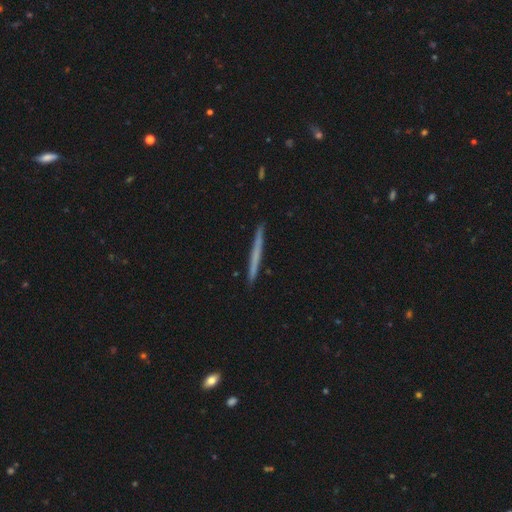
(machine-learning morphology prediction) This appears to be a smooth galaxy with no disk features (51%) that is cigar-shaped (97%). Merging: none (92%).